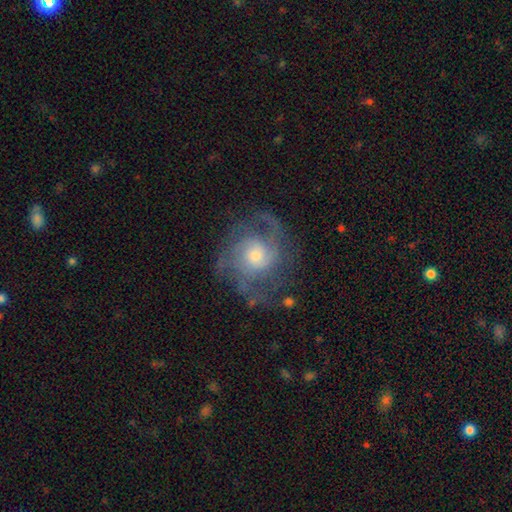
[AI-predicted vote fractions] Morphology: type=featured or disk (82%); edge-on=no (98%); bar=no (71%); spiral arms=yes (94%); winding=medium (46%); arm count=2 (35%); bulge=moderate (47%); merging=none (67%).